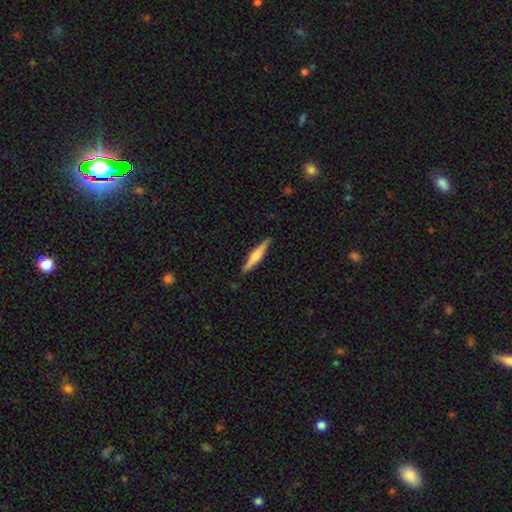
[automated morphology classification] This appears to be a featured or disk galaxy (55%) viewed edge-on (97%) with a rounded central bulge (73%). Merging: none (90%).